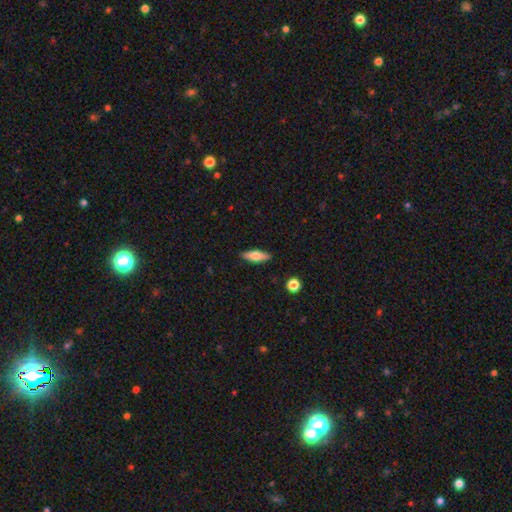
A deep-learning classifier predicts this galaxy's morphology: smooth_or_featured: smooth (p=0.65) [alt: featured or disk p=0.29]
how_rounded: in between (p=0.51) [alt: cigar-shaped p=0.47]
merging: none (p=0.89) [alt: minor disturbance p=0.08]